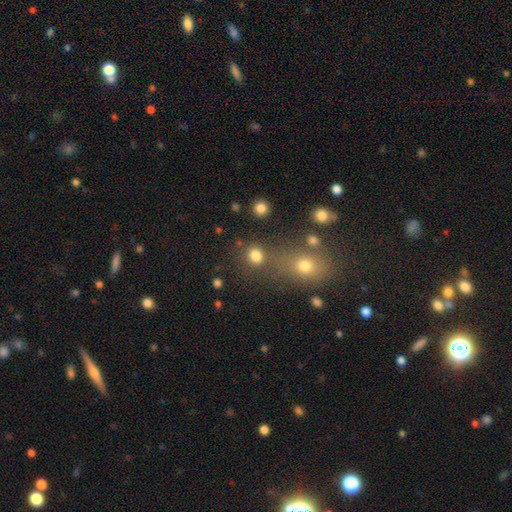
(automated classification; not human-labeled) A smooth galaxy with no disk features (79%) that is round (74%).

Vote fractions:
- Smooth or featured? smooth: 79% / star or artifact: 15% / featured or disk: 6%
- How rounded? round: 74% / in between: 24% / cigar-shaped: 1%
- Merging? none: 66% / merger: 18% / minor disturbance: 10% / major disturbance: 6%